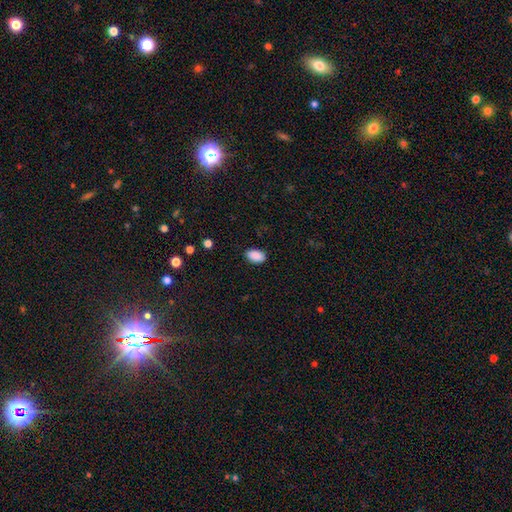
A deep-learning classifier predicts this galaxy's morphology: smooth_or_featured: smooth (p=0.90) [alt: star or artifact p=0.08]
how_rounded: in between (p=0.91) [alt: round p=0.07]
merging: none (p=0.86) [alt: minor disturbance p=0.11]